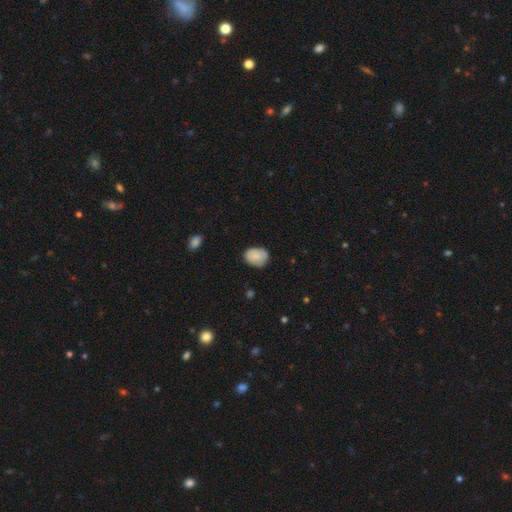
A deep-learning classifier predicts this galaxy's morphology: A smooth galaxy with no disk features (84%) that is in between round and cigar-shaped (60%).

Vote fractions:
- Smooth or featured? smooth: 84% / featured or disk: 9% / star or artifact: 7%
- How rounded? in between: 60% / round: 39% / cigar-shaped: 1%
- Merging? none: 70% / minor disturbance: 24% / major disturbance: 4% / merger: 1%